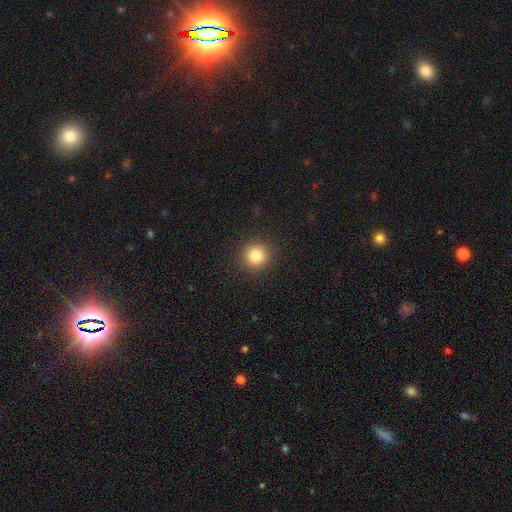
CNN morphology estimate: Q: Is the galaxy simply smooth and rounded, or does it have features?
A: smooth — 83%.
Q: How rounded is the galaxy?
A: round — 94%.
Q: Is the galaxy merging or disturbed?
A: none — 91%.